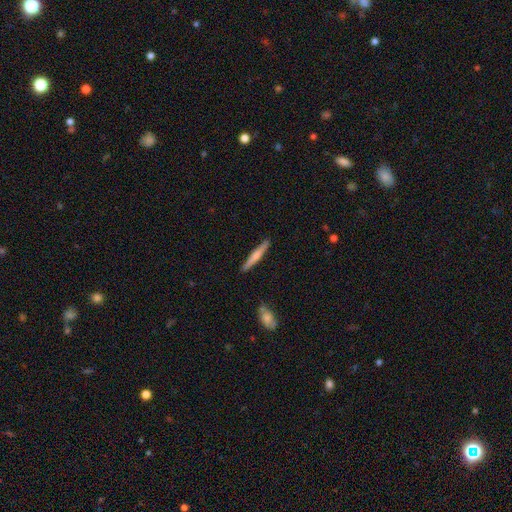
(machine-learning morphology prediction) Smooth or featured? Predicted: smooth (p=0.55). How rounded? Predicted: cigar-shaped (p=0.95). Merging? Predicted: none (p=0.90).